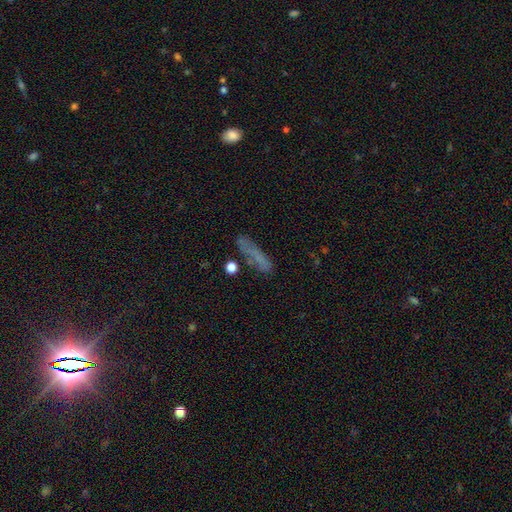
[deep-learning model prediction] smooth_or_featured: smooth (p=0.60) [alt: featured or disk p=0.24]
how_rounded: cigar-shaped (p=0.77) [alt: in between p=0.19]
merging: none (p=0.65) [alt: minor disturbance p=0.20]